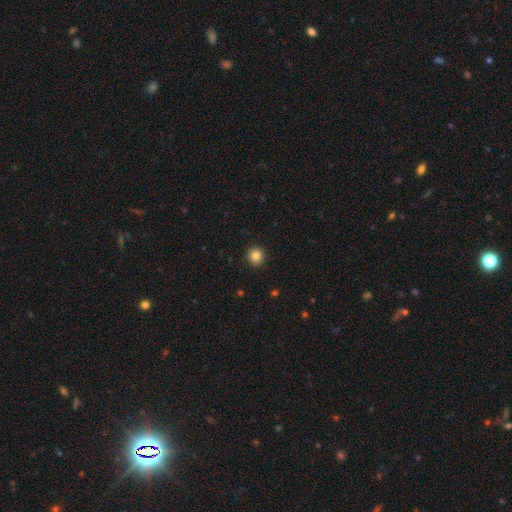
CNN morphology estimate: smooth 85%, star or artifact 10%, featured or disk 5%. Down the decision tree: how rounded — round (91%); merging — none (91%).